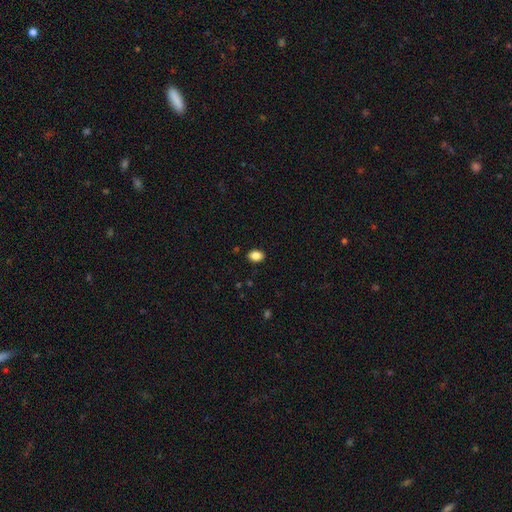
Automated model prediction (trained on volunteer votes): Smooth or featured? Predicted: smooth (p=0.87). How rounded? Predicted: in between (p=0.80). Merging? Predicted: none (p=0.89).